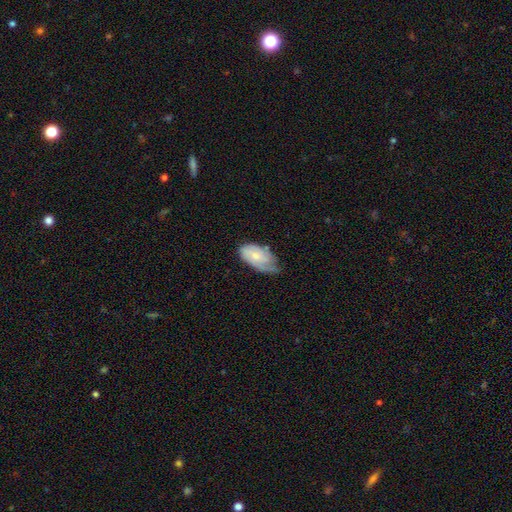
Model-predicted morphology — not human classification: Smooth or featured? featured or disk (49%)
Merging? minor disturbance (41%)